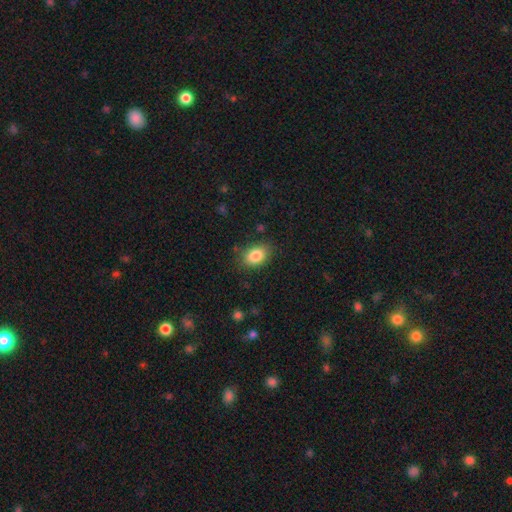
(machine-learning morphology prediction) Overall: smooth (85%). How rounded: in between (81%). Merging: none (83%).